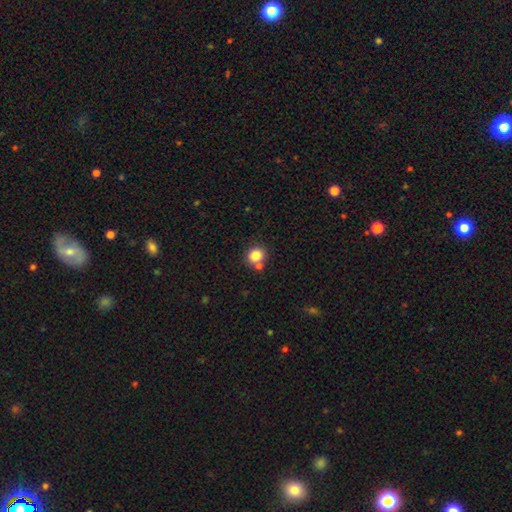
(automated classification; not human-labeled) Smooth or featured?
  - smooth: 84% *
  - star or artifact: 10%
  - featured or disk: 6%
How rounded?
  - round: 80% *
  - in between: 19%
  - cigar-shaped: 1%
Merging?
  - none: 65% *
  - merger: 21%
  - minor disturbance: 11%
  - major disturbance: 3%